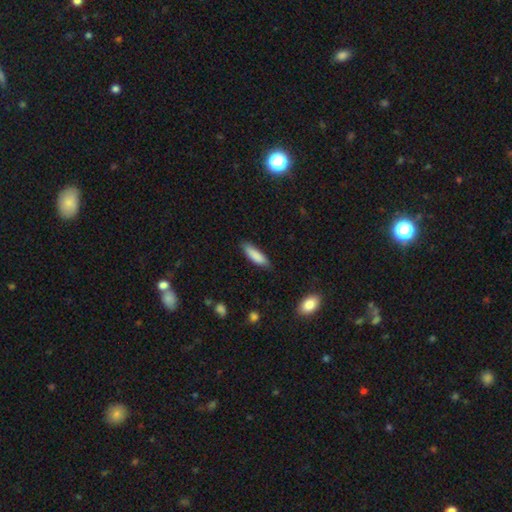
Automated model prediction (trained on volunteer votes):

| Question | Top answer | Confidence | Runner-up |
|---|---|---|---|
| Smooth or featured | smooth | 86% | featured or disk (8%) |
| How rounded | cigar-shaped | 60% | in between (39%) |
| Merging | none | 82% | minor disturbance (15%) |